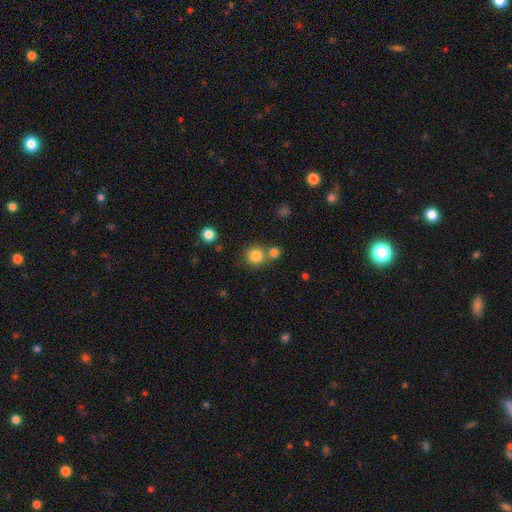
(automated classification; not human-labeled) The model was most divided on "merging": none: 66%, merger: 24%, minor disturbance: 7%, major disturbance: 3%. More confident: how rounded — round (92%); smooth or featured — smooth (82%).